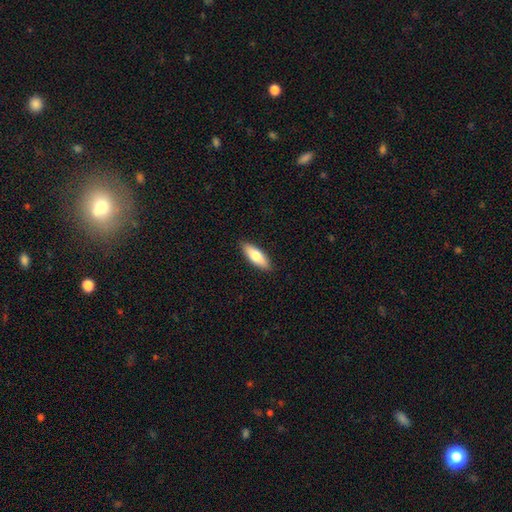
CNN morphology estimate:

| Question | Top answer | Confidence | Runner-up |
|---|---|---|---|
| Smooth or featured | smooth | 74% | featured or disk (20%) |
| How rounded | in between | 57% | cigar-shaped (41%) |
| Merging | none | 89% | minor disturbance (8%) |